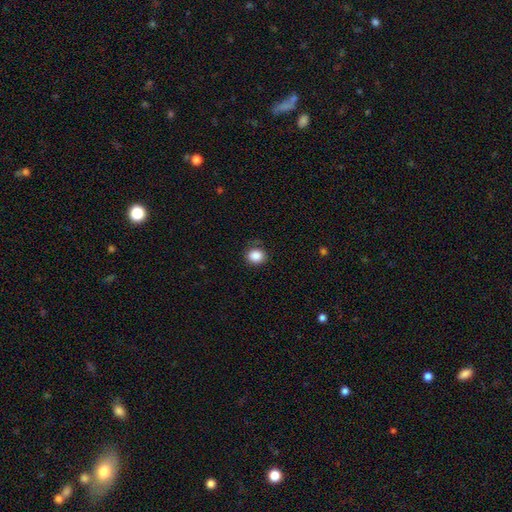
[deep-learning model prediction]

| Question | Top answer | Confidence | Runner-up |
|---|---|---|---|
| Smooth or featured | smooth | 87% | star or artifact (10%) |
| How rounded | round | 78% | in between (22%) |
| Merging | none | 80% | minor disturbance (14%) |